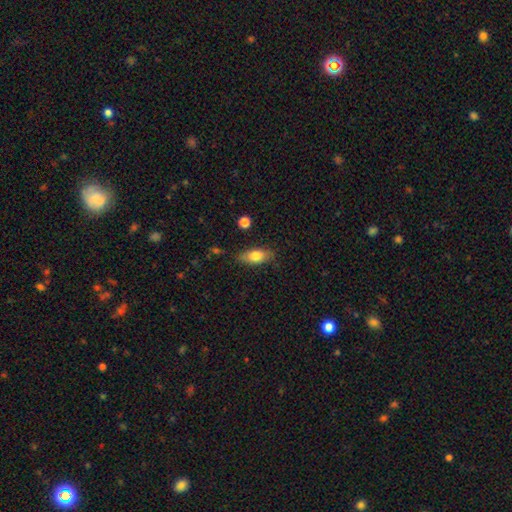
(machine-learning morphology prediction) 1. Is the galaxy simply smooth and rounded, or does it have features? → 75% smooth, 18% featured or disk, 7% star or artifact.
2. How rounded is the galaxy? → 81% in between, 15% cigar-shaped, 4% round.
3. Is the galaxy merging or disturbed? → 79% none, 16% minor disturbance, 3% major disturbance, 2% merger.